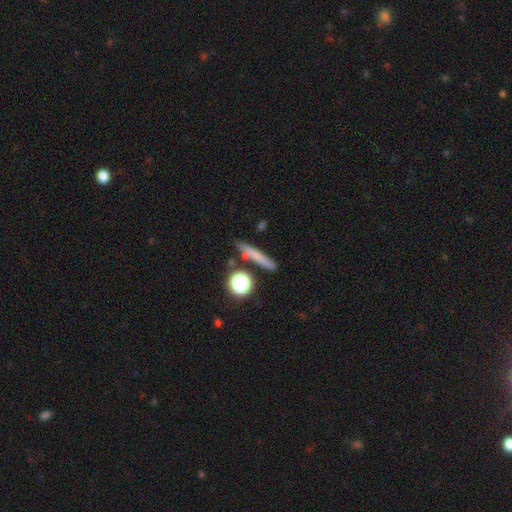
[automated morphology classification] type=smooth (64%); roundness=cigar-shaped (75%); merging=none (76%).